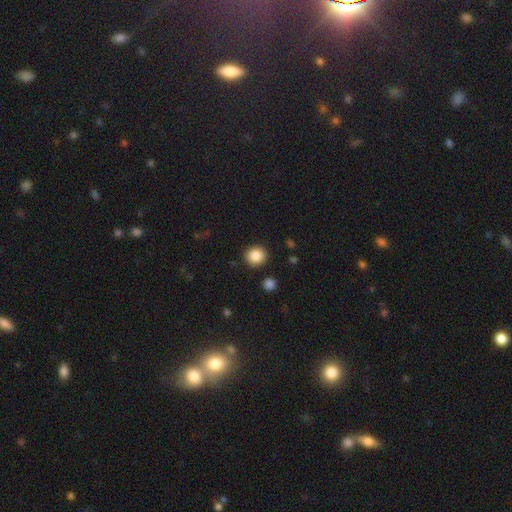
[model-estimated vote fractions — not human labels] Smooth or featured?
  - smooth: 87% *
  - star or artifact: 9%
  - featured or disk: 4%
How rounded?
  - round: 88% *
  - in between: 11%
  - cigar-shaped: 1%
Merging?
  - none: 90% *
  - minor disturbance: 6%
  - major disturbance: 2%
  - merger: 2%